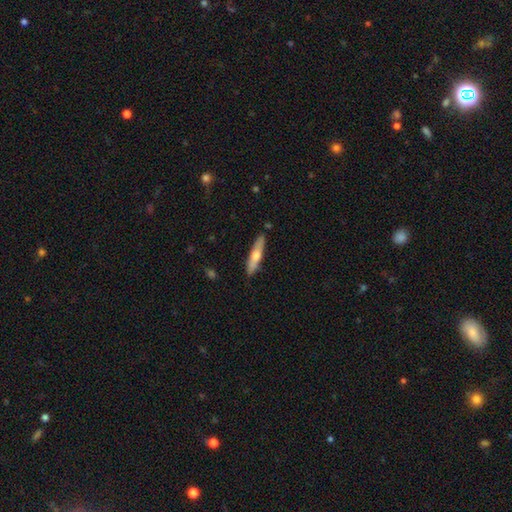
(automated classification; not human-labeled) This is possibly a smooth galaxy (53%). How rounded: clearly cigar-shaped (83%). Merging: clearly none (88%).